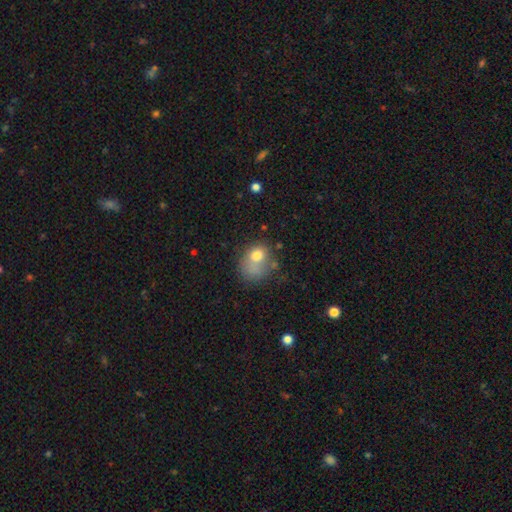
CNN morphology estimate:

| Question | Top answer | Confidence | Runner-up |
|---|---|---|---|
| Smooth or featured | smooth | 71% | featured or disk (17%) |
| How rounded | in between | 51% | round (48%) |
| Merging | none | 33% | minor disturbance (26%) |